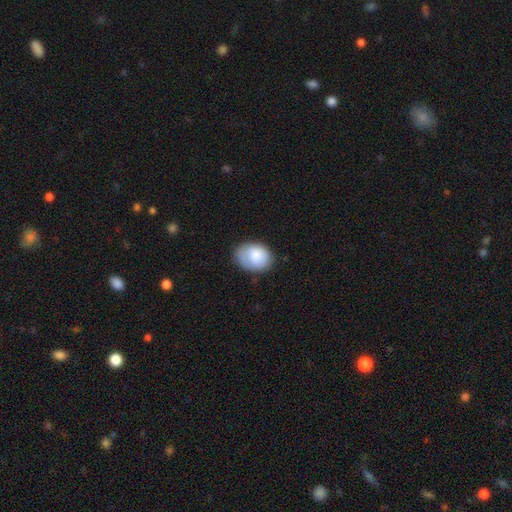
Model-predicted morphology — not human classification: type=smooth (78%); roundness=in between (70%); merging=none (67%).